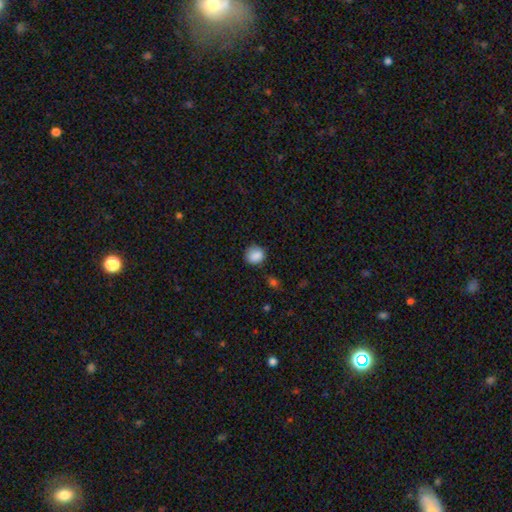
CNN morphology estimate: Overall: smooth (86%). How rounded: round (83%). Merging: none (79%).